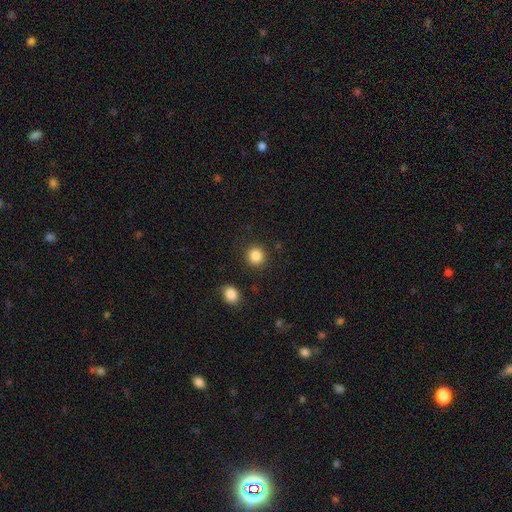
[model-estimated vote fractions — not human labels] A smooth galaxy with no disk features (86%) that is round (92%). Merging: none (90%).